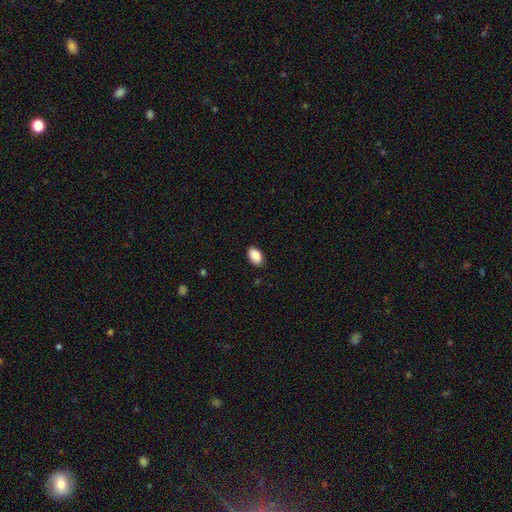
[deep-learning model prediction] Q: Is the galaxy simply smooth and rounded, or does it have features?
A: smooth — 89%.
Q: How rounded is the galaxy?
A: in between — 92%.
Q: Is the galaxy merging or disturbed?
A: none — 87%.